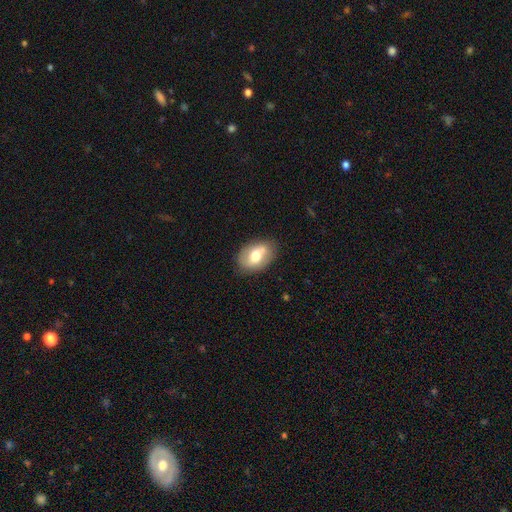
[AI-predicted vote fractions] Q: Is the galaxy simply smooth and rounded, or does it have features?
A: smooth — 58%.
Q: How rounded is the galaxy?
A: in between — 82%.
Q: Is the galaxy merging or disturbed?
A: none — 74%.